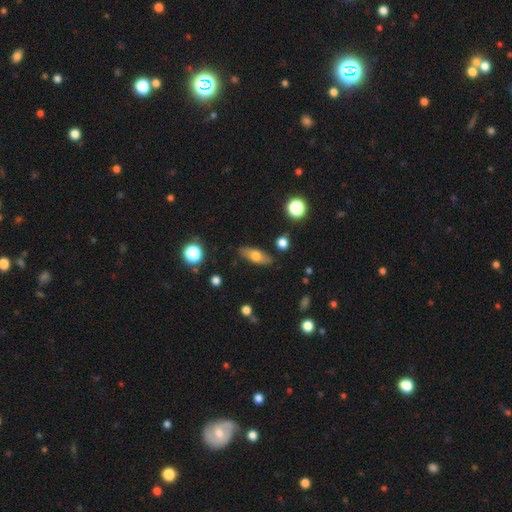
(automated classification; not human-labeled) A smooth galaxy with no disk features (64%) that is in between round and cigar-shaped (73%).

Vote fractions:
- Smooth or featured? smooth: 64% / featured or disk: 29% / star or artifact: 8%
- How rounded? in between: 73% / cigar-shaped: 23% / round: 5%
- Merging? none: 84% / minor disturbance: 11% / major disturbance: 2% / merger: 2%